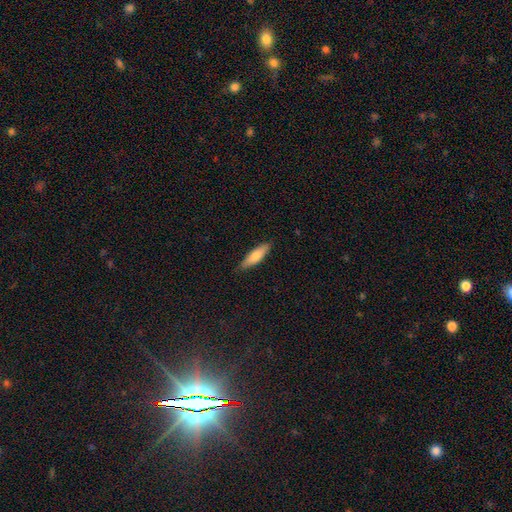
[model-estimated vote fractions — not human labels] Q: Smooth or featured?
A: smooth (74%); runner-up: featured or disk (21%)
Q: How rounded?
A: cigar-shaped (58%); runner-up: in between (40%)
Q: Merging?
A: none (85%); runner-up: minor disturbance (12%)